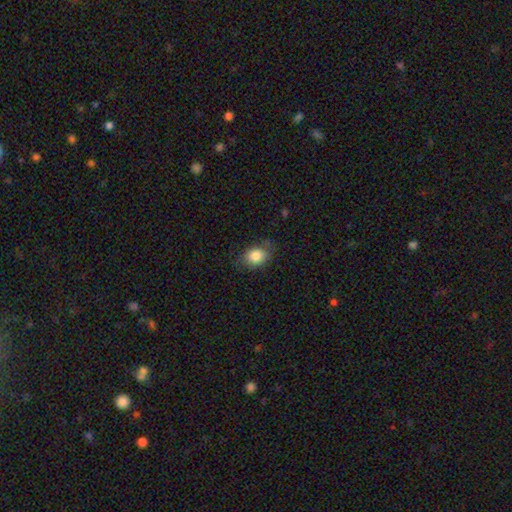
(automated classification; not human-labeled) smooth 84%, star or artifact 8%, featured or disk 8%. Down the decision tree: how rounded — in between (68%); merging — none (73%).